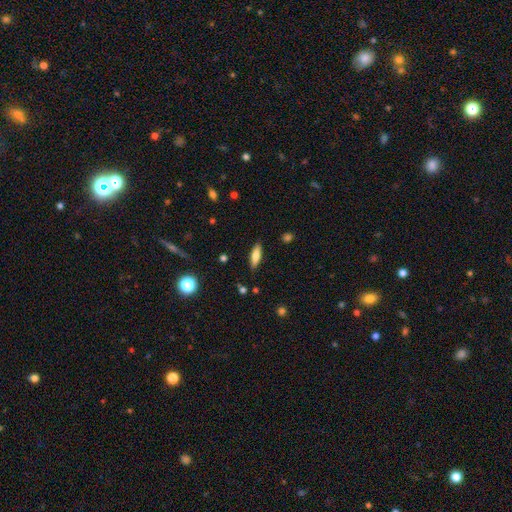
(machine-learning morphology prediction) Smooth or featured? Predicted: smooth (p=0.74). How rounded? Predicted: in between (p=0.50). Merging? Predicted: none (p=0.86).